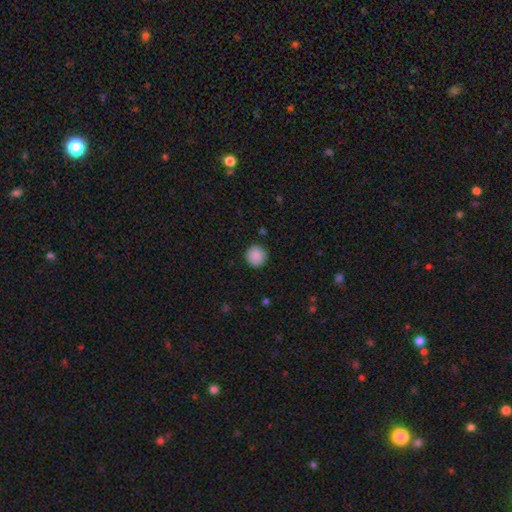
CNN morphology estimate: Smooth or featured? smooth (89%)
How rounded? round (95%)
Merging? none (91%)